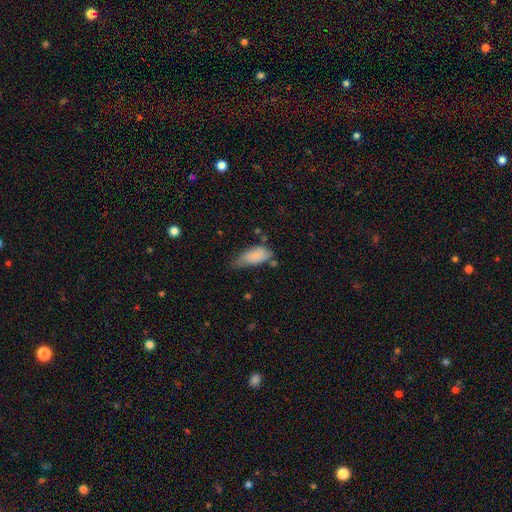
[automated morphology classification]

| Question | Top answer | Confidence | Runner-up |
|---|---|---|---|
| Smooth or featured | smooth | 80% | featured or disk (13%) |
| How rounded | in between | 85% | cigar-shaped (12%) |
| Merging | minor disturbance | 46% | none (31%) |